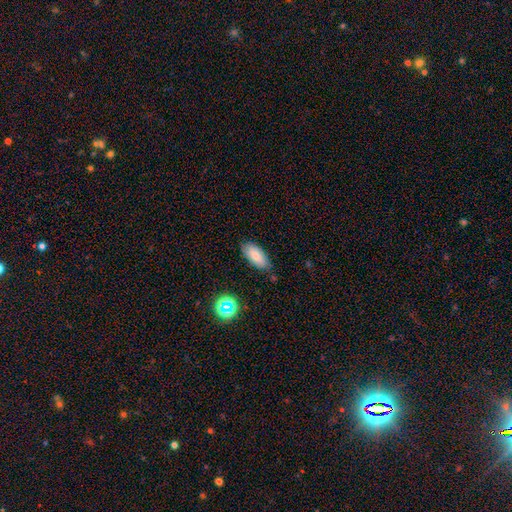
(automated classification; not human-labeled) Q: Smooth or featured?
A: smooth (80%); runner-up: featured or disk (11%)
Q: How rounded?
A: in between (88%); runner-up: cigar-shaped (10%)
Q: Merging?
A: none (80%); runner-up: minor disturbance (15%)